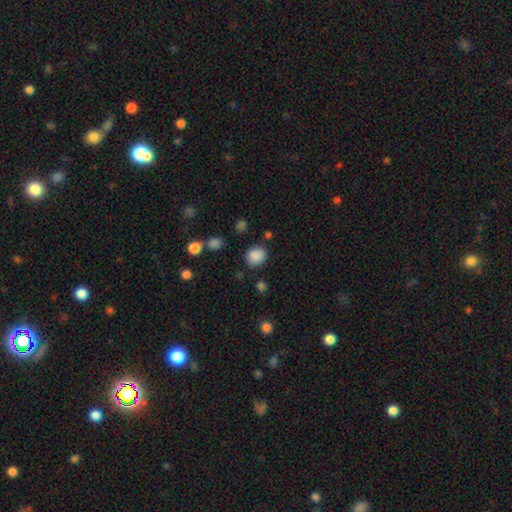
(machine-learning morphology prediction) Smooth or featured?
  - smooth: 86% *
  - star or artifact: 10%
  - featured or disk: 4%
How rounded?
  - round: 68% *
  - in between: 31%
  - cigar-shaped: 1%
Merging?
  - none: 80% *
  - minor disturbance: 13%
  - major disturbance: 4%
  - merger: 3%